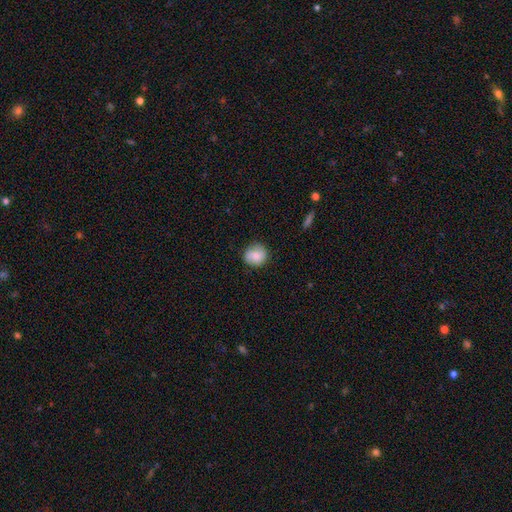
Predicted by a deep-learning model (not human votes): Smooth or featured? Predicted: smooth (p=0.79). How rounded? Predicted: round (p=0.84). Merging? Predicted: none (p=0.81).